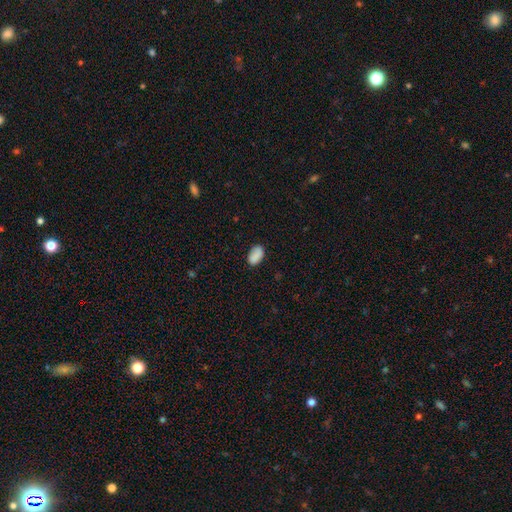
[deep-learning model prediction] A smooth galaxy with no disk features (88%) that is in between round and cigar-shaped (92%).

Vote fractions:
- Smooth or featured? smooth: 88% / star or artifact: 8% / featured or disk: 4%
- How rounded? in between: 92% / round: 6% / cigar-shaped: 1%
- Merging? none: 83% / minor disturbance: 13% / major disturbance: 3% / merger: 1%